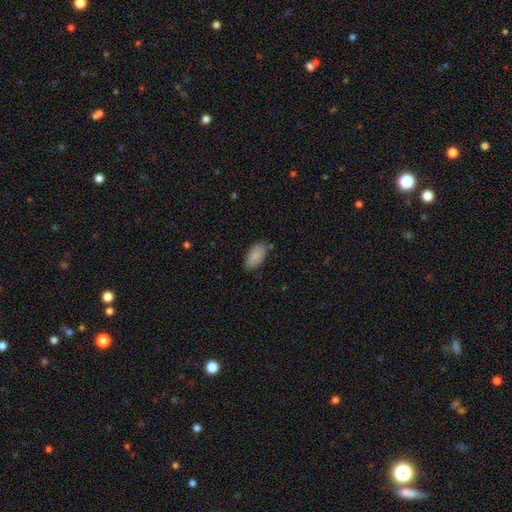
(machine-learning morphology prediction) This is clearly a smooth galaxy (87%). How rounded: clearly in between (94%). Merging: likely none (76%).